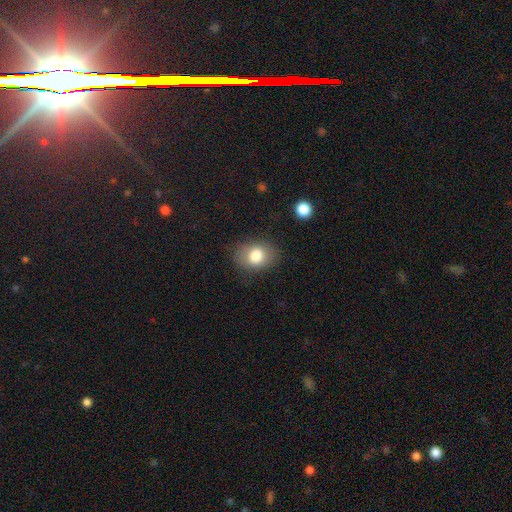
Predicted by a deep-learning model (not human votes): Q: Smooth or featured?
A: smooth (78%); runner-up: featured or disk (12%)
Q: How rounded?
A: in between (64%); runner-up: round (35%)
Q: Merging?
A: none (80%); runner-up: minor disturbance (14%)